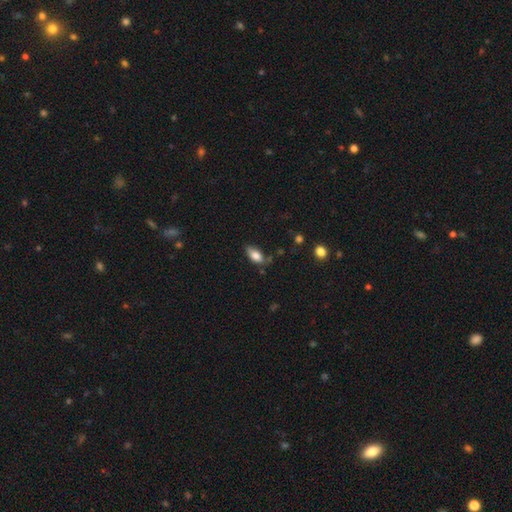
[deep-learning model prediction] smooth_or_featured: smooth (p=0.79) [alt: featured or disk p=0.13]
how_rounded: in between (p=0.88) [alt: cigar-shaped p=0.08]
merging: none (p=0.65) [alt: minor disturbance p=0.24]